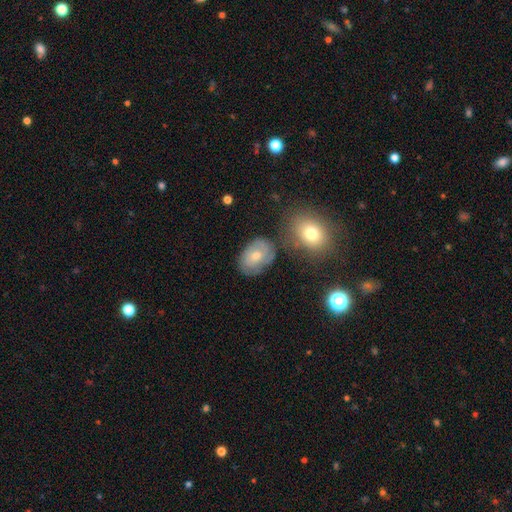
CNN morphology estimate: This appears to be a smooth galaxy with no disk features (51%) that is in between round and cigar-shaped (75%). Merging: none (63%).